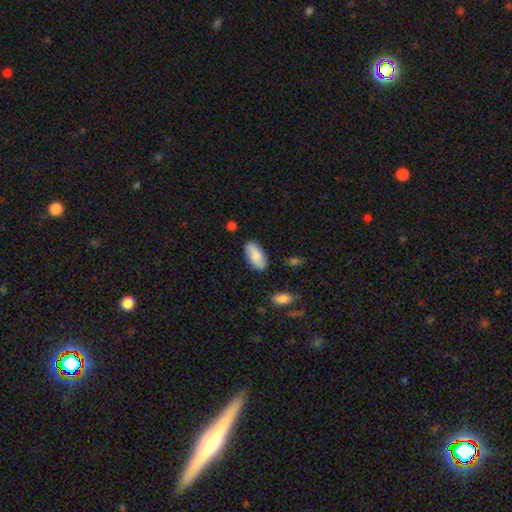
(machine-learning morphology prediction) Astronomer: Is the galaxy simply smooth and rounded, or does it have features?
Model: smooth — 81%.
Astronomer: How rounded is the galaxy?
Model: in between — 91%.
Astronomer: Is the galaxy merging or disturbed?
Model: none — 83%.